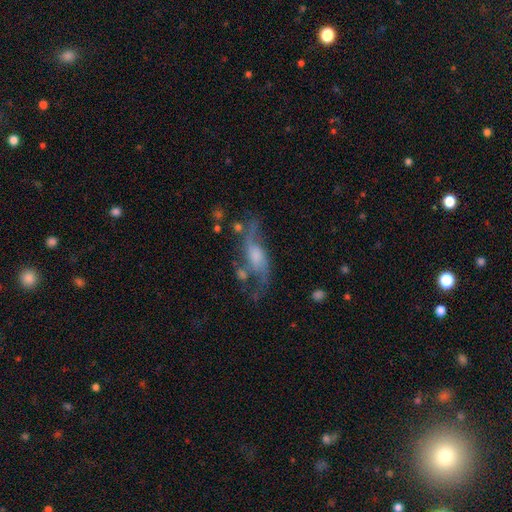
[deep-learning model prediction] Q: Smooth or featured?
A: featured or disk (76%); runner-up: smooth (16%)
Q: Edge-on disk?
A: no (88%); runner-up: yes (12%)
Q: Bar?
A: no (53%); runner-up: weak (36%)
Q: Spiral arms?
A: yes (88%); runner-up: no (12%)
Q: Spiral winding?
A: loose (75%); runner-up: medium (21%)
Q: Spiral arm count?
A: 2 (83%); runner-up: can't tell (7%)
Q: Bulge size?
A: moderate (34%); runner-up: small (28%)
Q: Merging?
A: none (46%); runner-up: major disturbance (24%)